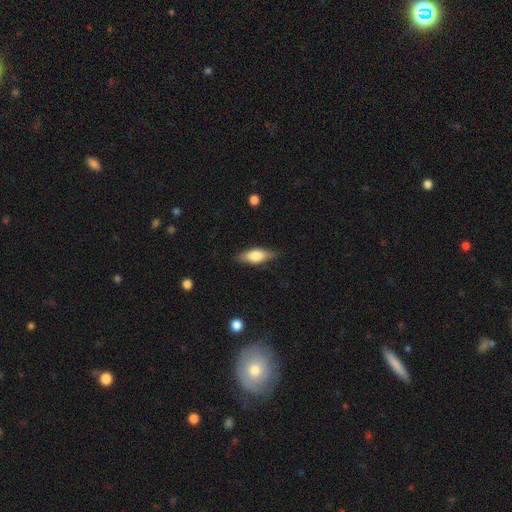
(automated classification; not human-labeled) smooth_or_featured: smooth (p=0.70) [alt: featured or disk p=0.24]
how_rounded: in between (p=0.66) [alt: cigar-shaped p=0.31]
merging: none (p=0.84) [alt: minor disturbance p=0.12]